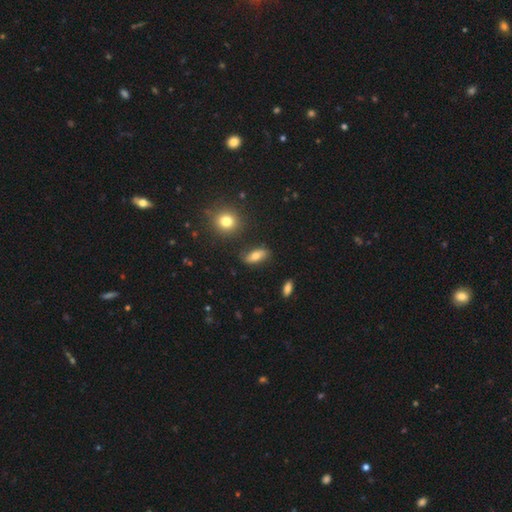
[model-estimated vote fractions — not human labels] A smooth galaxy with no disk features (65%) that is in between round and cigar-shaped (77%). Merging: none (81%).